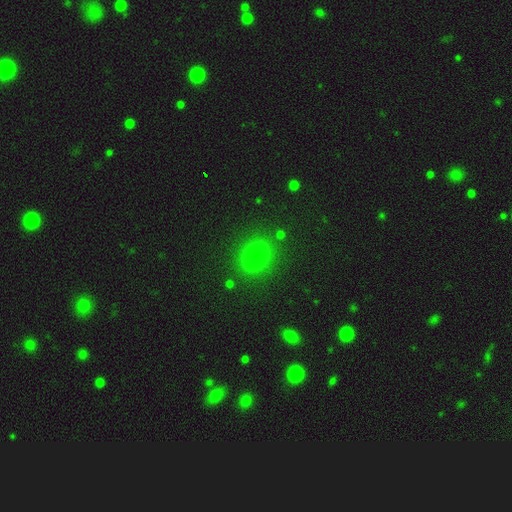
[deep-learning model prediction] A smooth galaxy with no disk features (75%) that is in between round and cigar-shaped (62%).

Vote fractions:
- Smooth or featured? smooth: 75% / star or artifact: 19% / featured or disk: 7%
- How rounded? in between: 62% / round: 35% / cigar-shaped: 3%
- Merging? none: 82% / minor disturbance: 11% / major disturbance: 4% / merger: 3%